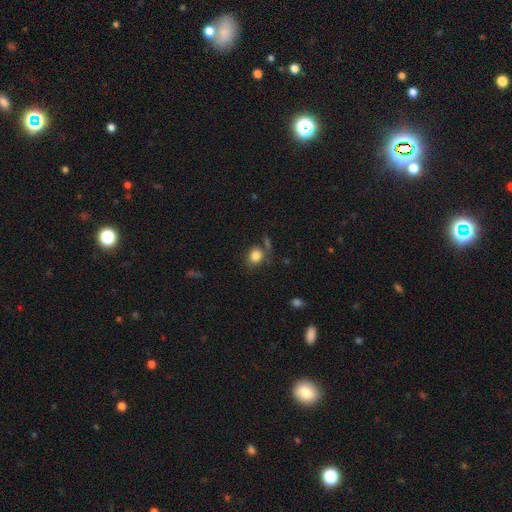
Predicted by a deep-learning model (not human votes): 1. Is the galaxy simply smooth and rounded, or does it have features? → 83% smooth, 10% star or artifact, 7% featured or disk.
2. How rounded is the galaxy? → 61% round, 38% in between, 1% cigar-shaped.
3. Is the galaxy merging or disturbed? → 68% none, 16% minor disturbance, 10% merger, 6% major disturbance.